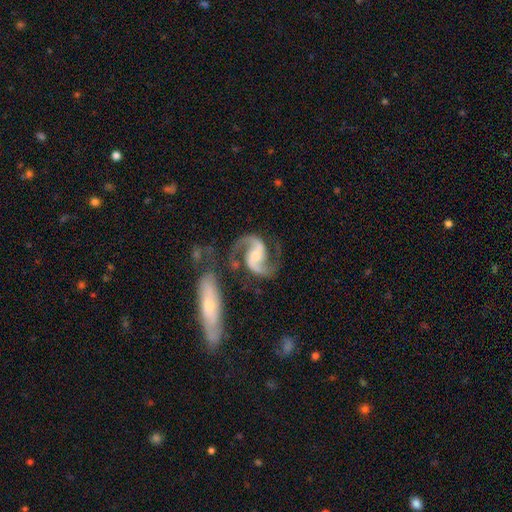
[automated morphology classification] This appears to be a featured or disk galaxy (93%) with a weak bar (40%), 2 (94%) medium (58%) spiral arms (98%) and a moderate central bulge (55%). Merging: none (62%).